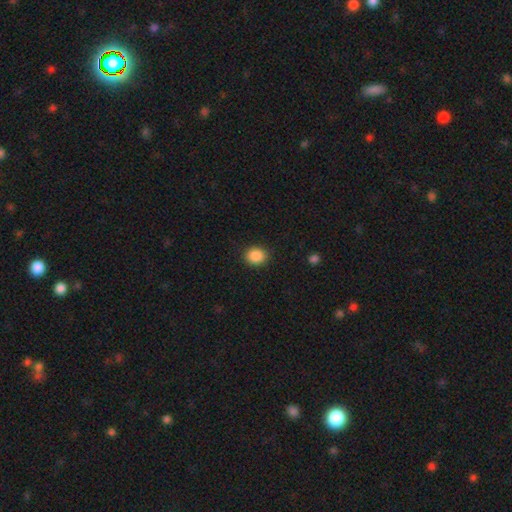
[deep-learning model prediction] Smooth or featured: smooth — 88% (star or artifact — 9%)
How rounded: round — 65% (in between — 34%)
Merging: none — 89% (minor disturbance — 7%)